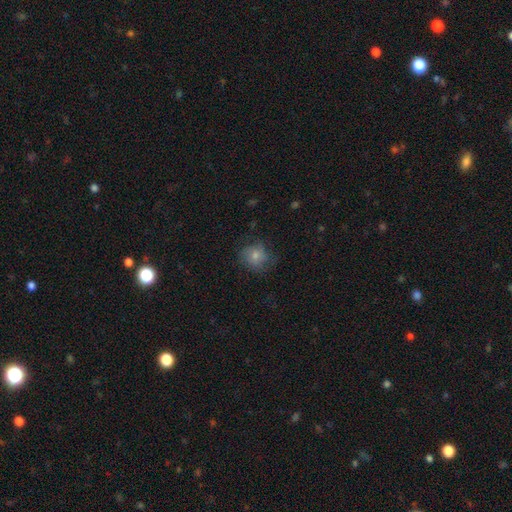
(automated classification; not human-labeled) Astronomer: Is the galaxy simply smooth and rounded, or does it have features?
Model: smooth — 72%.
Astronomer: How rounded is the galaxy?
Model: round — 79%.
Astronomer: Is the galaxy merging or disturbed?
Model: none — 62%.